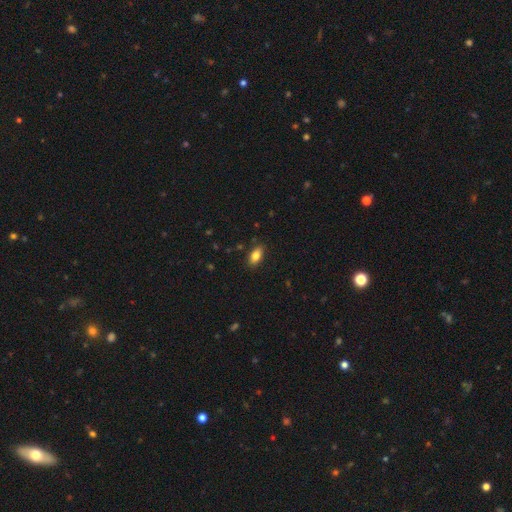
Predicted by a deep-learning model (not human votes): The model was most divided on "smooth or featured": smooth: 83%, featured or disk: 9%, star or artifact: 8%. More confident: how rounded — in between (90%); merging — none (86%).